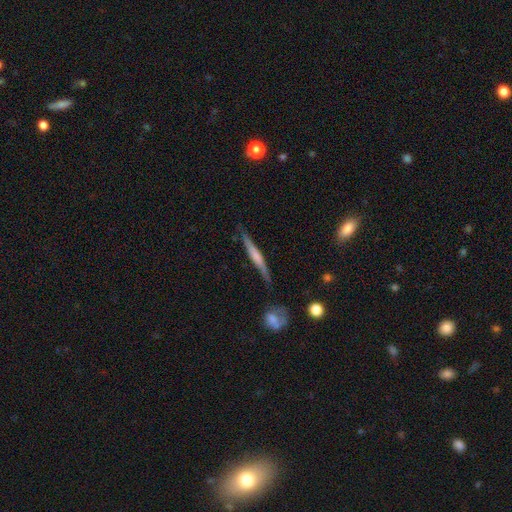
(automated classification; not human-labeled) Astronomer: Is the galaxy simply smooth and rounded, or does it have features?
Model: featured or disk — 49% (runner-up: smooth, 45%).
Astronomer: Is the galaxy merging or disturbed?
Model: none — 76%.